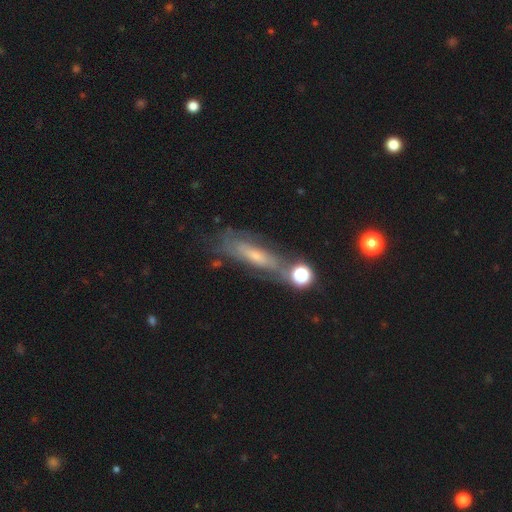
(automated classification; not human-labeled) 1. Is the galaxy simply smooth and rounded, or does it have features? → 60% featured or disk, 29% smooth, 11% star or artifact.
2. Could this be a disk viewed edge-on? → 62% no, 38% yes.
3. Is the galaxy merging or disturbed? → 55% none, 22% minor disturbance, 13% major disturbance, 10% merger.